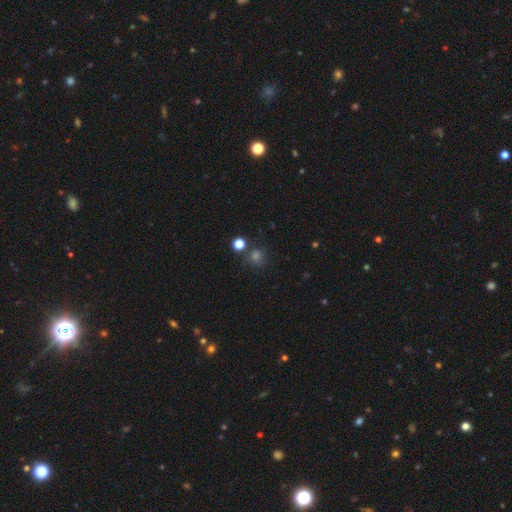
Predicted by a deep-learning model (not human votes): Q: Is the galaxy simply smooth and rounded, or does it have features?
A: smooth — 58%.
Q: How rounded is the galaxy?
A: round — 90%.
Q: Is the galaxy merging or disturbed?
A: none — 78%.